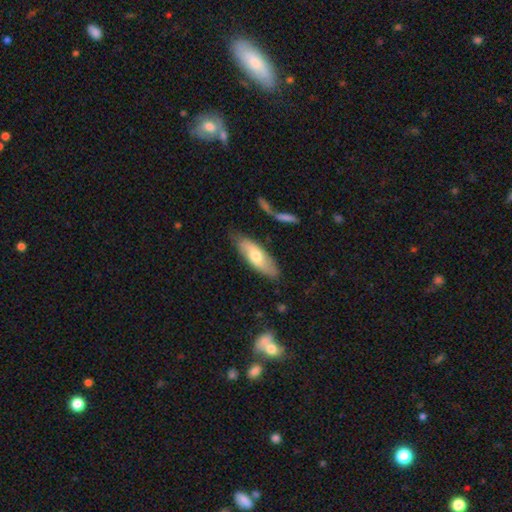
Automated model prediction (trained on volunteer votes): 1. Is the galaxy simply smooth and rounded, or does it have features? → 60% smooth, 34% featured or disk, 6% star or artifact.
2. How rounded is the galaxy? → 64% in between, 34% cigar-shaped, 2% round.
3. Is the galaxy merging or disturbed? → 76% none, 17% minor disturbance, 4% major disturbance, 4% merger.